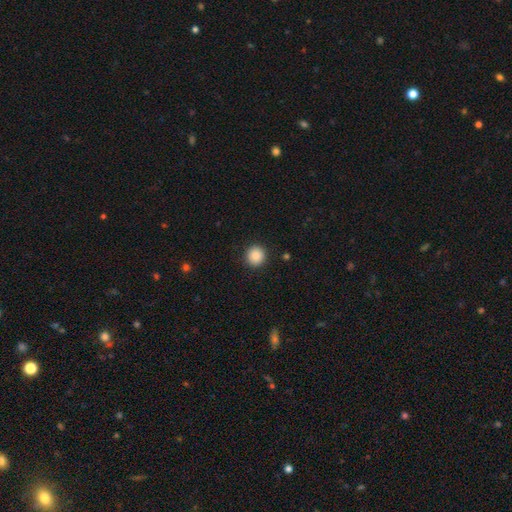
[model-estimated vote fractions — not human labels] Smooth or featured?
  - smooth: 88% *
  - star or artifact: 9%
  - featured or disk: 3%
How rounded?
  - round: 93% *
  - in between: 6%
  - cigar-shaped: 1%
Merging?
  - none: 92% *
  - minor disturbance: 5%
  - major disturbance: 2%
  - merger: 1%